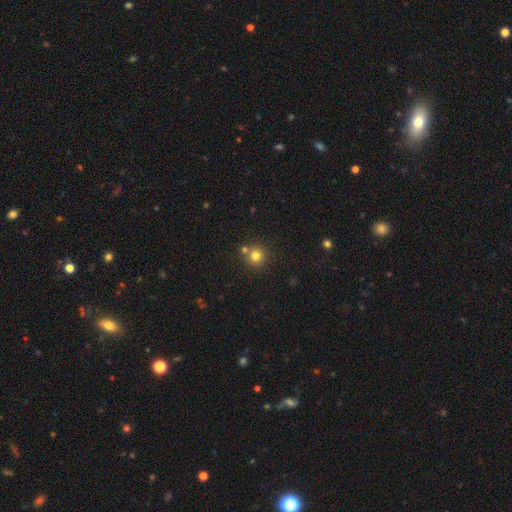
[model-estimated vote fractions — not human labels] This appears to be a smooth galaxy with no disk features (78%) that is round (94%). Merging: none (73%).